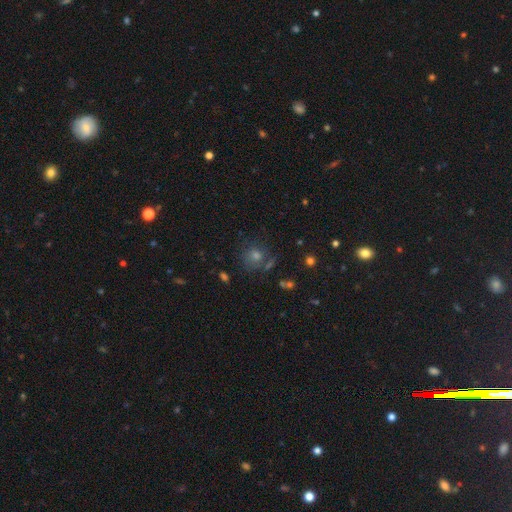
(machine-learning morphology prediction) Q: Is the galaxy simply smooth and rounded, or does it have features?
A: smooth — 55%.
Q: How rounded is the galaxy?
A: round — 86%.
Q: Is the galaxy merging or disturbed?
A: none — 70%.